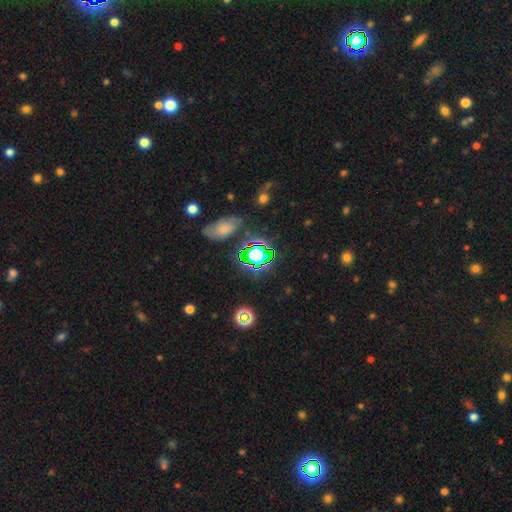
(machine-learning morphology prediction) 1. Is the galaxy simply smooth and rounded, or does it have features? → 63% star or artifact, 23% smooth, 13% featured or disk.